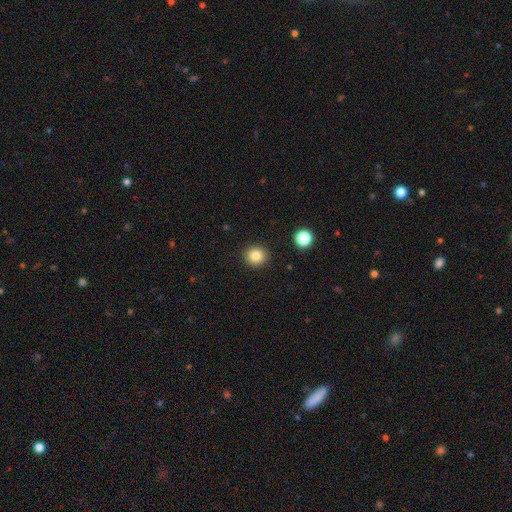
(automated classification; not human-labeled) smooth_or_featured: smooth (p=0.83) [alt: star or artifact p=0.11]
how_rounded: round (p=0.92) [alt: in between p=0.07]
merging: none (p=0.91) [alt: minor disturbance p=0.05]